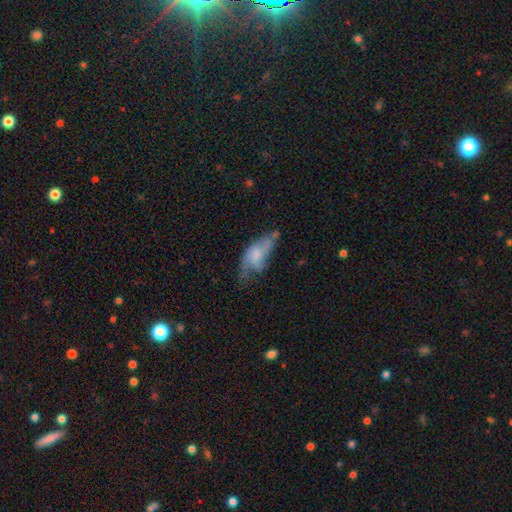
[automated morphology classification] The model was most divided on "merging" (2-way tie): none: 31%, minor disturbance: 31%, major disturbance: 30%, merger: 8%. More confident: how rounded — in between (83%); smooth or featured — smooth (51%).